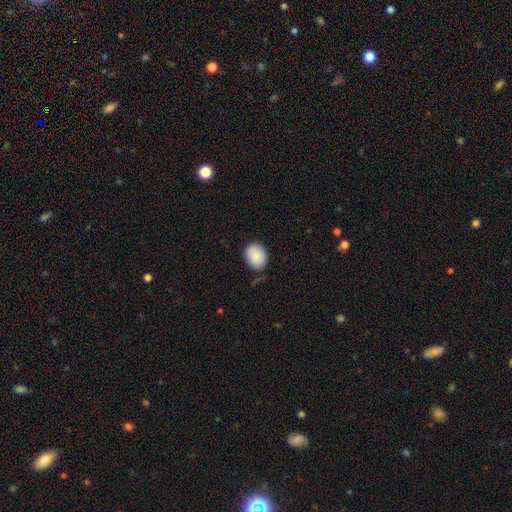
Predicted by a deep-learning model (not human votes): Smooth or featured? Predicted: smooth (p=0.87). How rounded? Predicted: in between (p=0.55). Merging? Predicted: none (p=0.80).